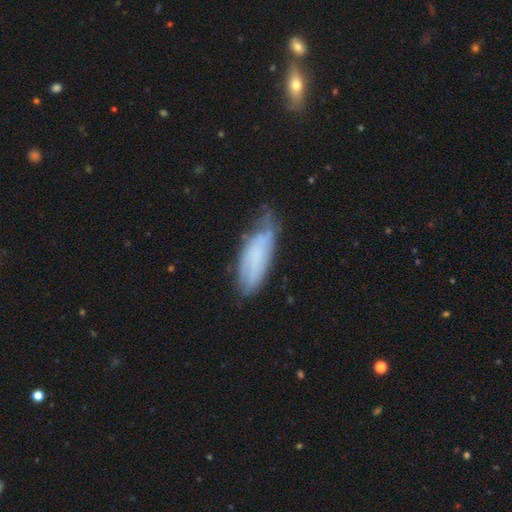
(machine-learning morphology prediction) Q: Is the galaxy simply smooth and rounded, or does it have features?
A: smooth — 55%.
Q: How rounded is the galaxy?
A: in between — 66%.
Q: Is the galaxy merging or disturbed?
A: none — 43%.